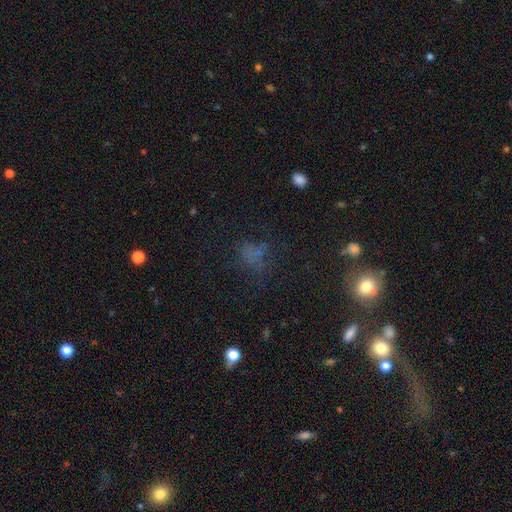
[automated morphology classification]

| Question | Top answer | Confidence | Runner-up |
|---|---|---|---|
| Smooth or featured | smooth | 52% | star or artifact (32%) |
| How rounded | round | 53% | in between (44%) |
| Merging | none | 54% | major disturbance (21%) |